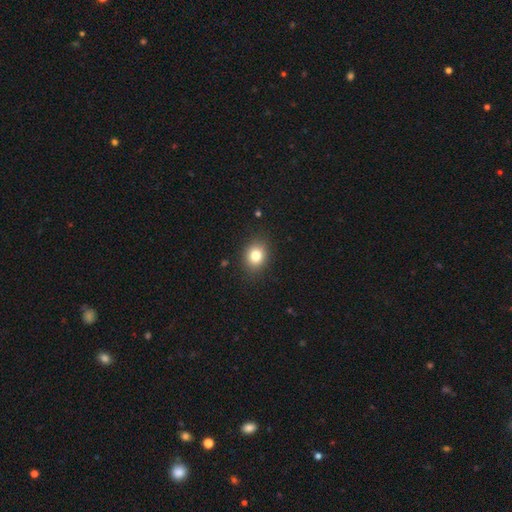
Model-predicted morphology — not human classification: This appears to be a smooth galaxy with no disk features (80%) that is round (56%). Merging: none (87%).